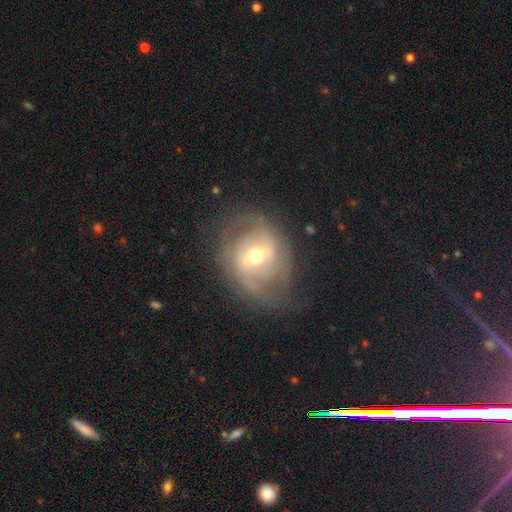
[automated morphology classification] Smooth or featured? Predicted: featured or disk (p=0.74). Edge-on disk? Predicted: no (p=0.95). Bar? Predicted: weak (p=0.44). Spiral arms? Predicted: yes (p=0.75). Spiral winding? Predicted: medium (p=0.40). Spiral arm count? Predicted: 2 (p=0.64). Bulge size? Predicted: moderate (p=0.62). Merging? Predicted: none (p=0.65).